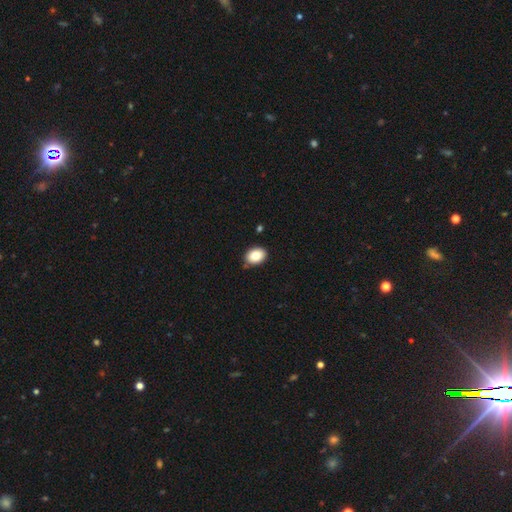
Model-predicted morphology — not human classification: Smooth or featured? smooth (84%)
How rounded? in between (67%)
Merging? none (84%)